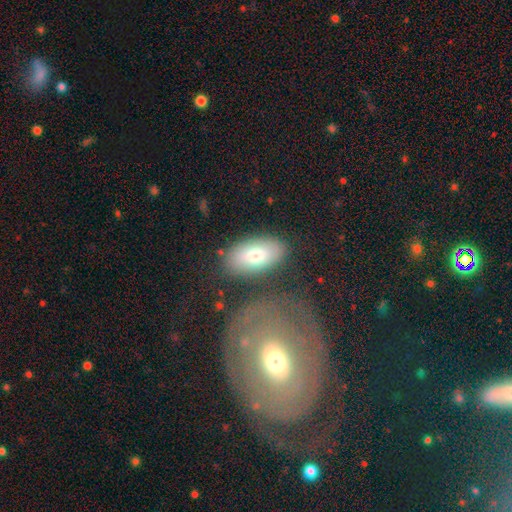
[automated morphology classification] A smooth galaxy with no disk features (72%) that is in between round and cigar-shaped (92%).

Vote fractions:
- Smooth or featured? smooth: 72% / featured or disk: 20% / star or artifact: 7%
- How rounded? in between: 92% / round: 4% / cigar-shaped: 4%
- Merging? none: 76% / minor disturbance: 12% / merger: 7% / major disturbance: 4%